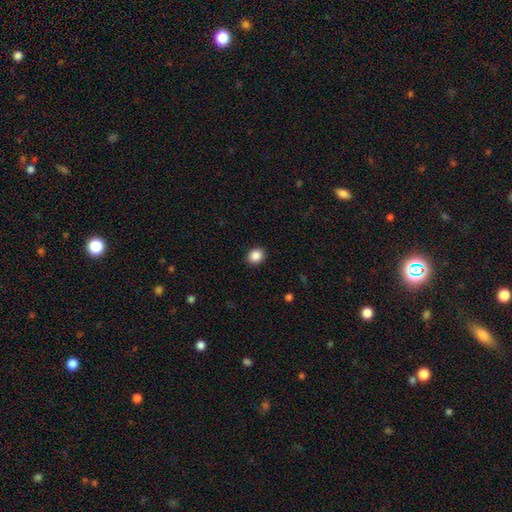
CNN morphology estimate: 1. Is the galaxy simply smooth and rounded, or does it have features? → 88% smooth, 9% star or artifact, 3% featured or disk.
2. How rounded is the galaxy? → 67% round, 32% in between, 1% cigar-shaped.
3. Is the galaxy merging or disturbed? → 91% none, 6% minor disturbance, 2% major disturbance, 1% merger.